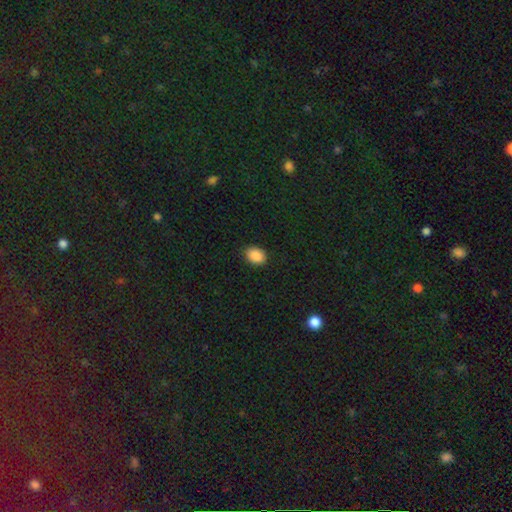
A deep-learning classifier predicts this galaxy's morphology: Smooth or featured? smooth (89%)
How rounded? in between (69%)
Merging? none (88%)